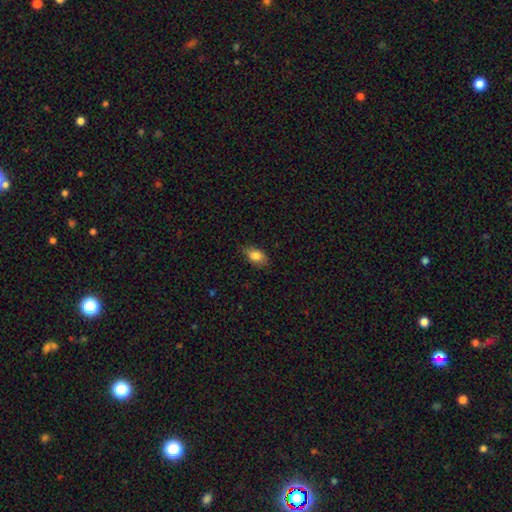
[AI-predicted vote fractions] This is clearly a smooth galaxy (80%). How rounded: clearly in between (84%). Merging: likely none (74%).